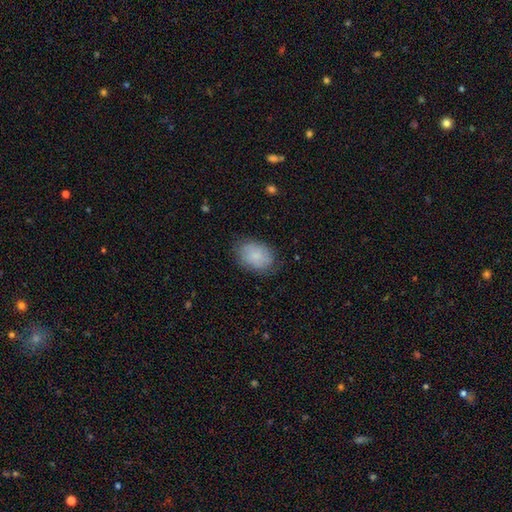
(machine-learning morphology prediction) smooth-or-featured: smooth: 83% | featured or disk: 10% | star or artifact: 7%
  how-rounded: in between: 79% | round: 20% | cigar-shaped: 1%
  merging: none: 77% | minor disturbance: 18% | major disturbance: 5% | merger: 1%